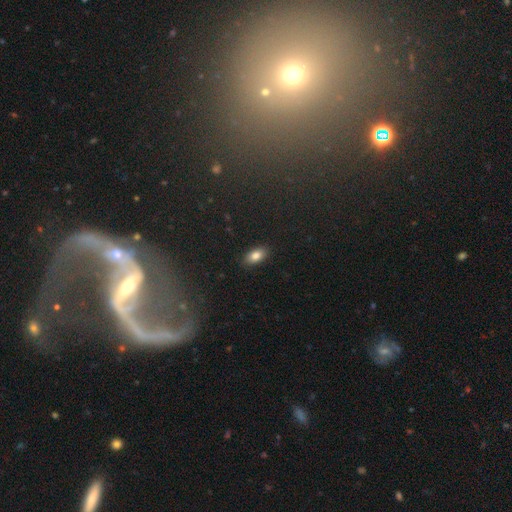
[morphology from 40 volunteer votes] Overall: smooth (85%). How rounded: in between (97%). Merging: none (92%).